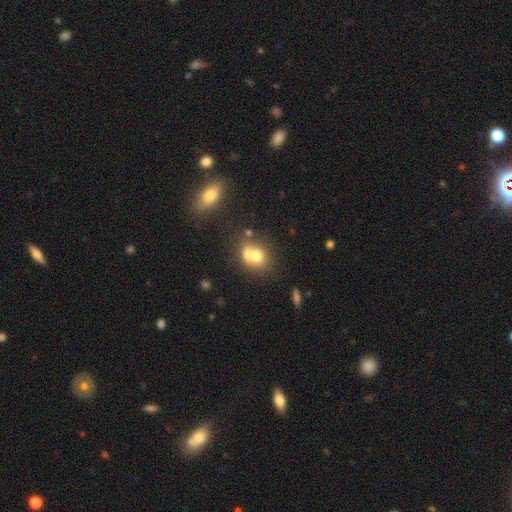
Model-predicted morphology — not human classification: Smooth or featured: smooth — 67% (featured or disk — 21%)
How rounded: round — 63% (in between — 36%)
Merging: merger — 57% (none — 31%)